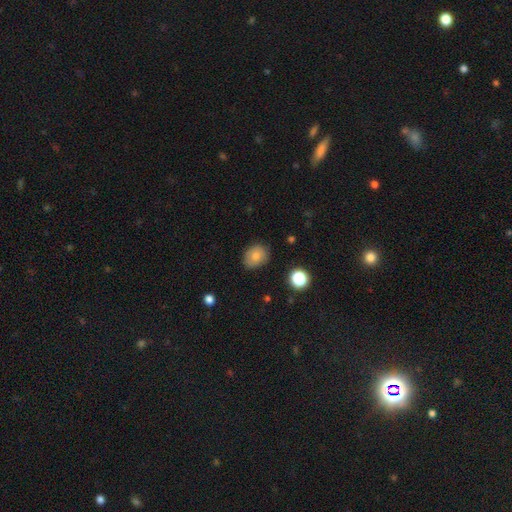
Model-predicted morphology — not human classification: Smooth or featured? smooth (78%)
How rounded? in between (52%)
Merging? none (78%)